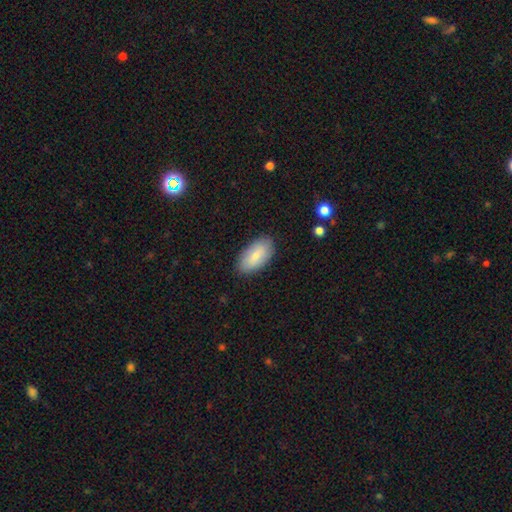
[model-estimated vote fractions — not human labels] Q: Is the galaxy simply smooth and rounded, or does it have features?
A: smooth — 77%.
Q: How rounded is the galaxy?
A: in between — 94%.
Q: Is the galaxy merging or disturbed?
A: none — 86%.